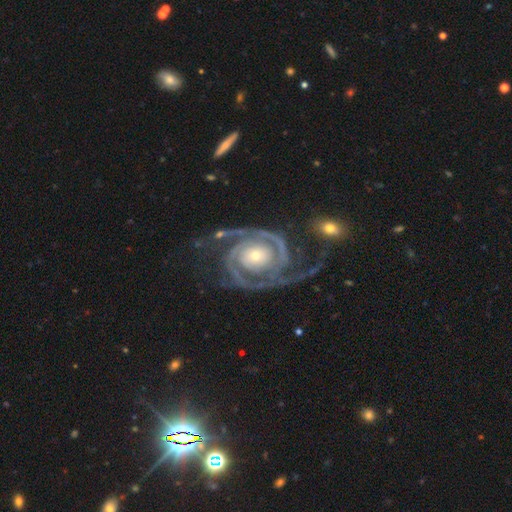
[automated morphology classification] type=featured or disk (93%); edge-on=no (98%); bar=no (72%); spiral arms=yes (98%); winding=tight (57%); arm count=2 (76%); bulge=small (61%); merging=none (63%).